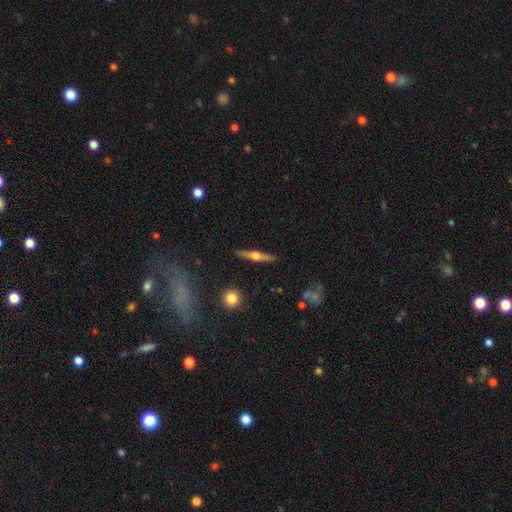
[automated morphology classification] featured or disk 68%, smooth 26%, star or artifact 6%. Down the decision tree: edge-on disk — yes (97%); edge-on bulge — rounded (93%); merging — none (90%).